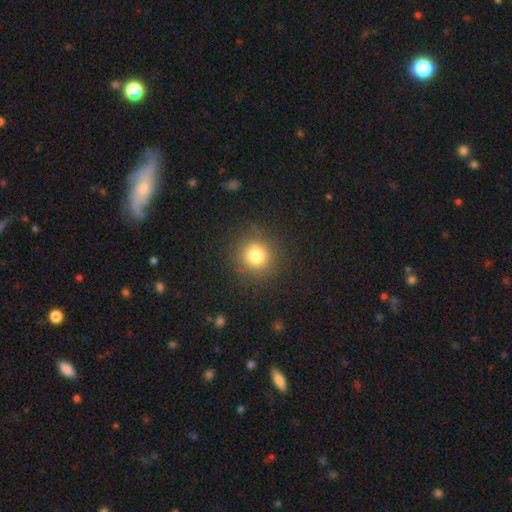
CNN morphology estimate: smooth_or_featured: smooth (p=0.76) [alt: star or artifact p=0.15]
how_rounded: round (p=0.92) [alt: in between p=0.07]
merging: none (p=0.86) [alt: minor disturbance p=0.09]